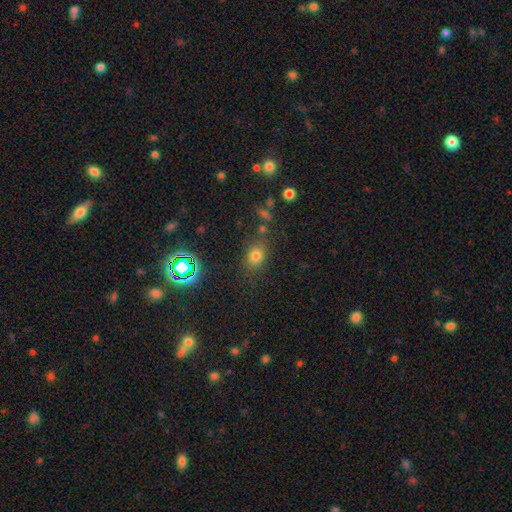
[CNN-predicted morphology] A smooth galaxy with no disk features (71%) that is in between round and cigar-shaped (52%).

Vote fractions:
- Smooth or featured? smooth: 71% / star or artifact: 21% / featured or disk: 9%
- How rounded? in between: 52% / round: 46% / cigar-shaped: 2%
- Merging? none: 75% / minor disturbance: 14% / major disturbance: 6% / merger: 5%